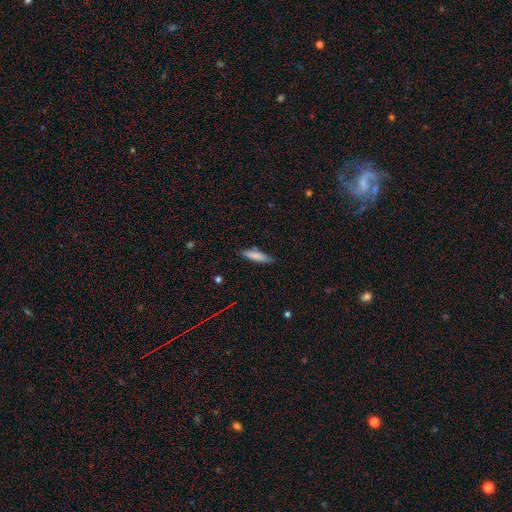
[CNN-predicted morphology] Smooth or featured? smooth (80%)
How rounded? cigar-shaped (75%)
Merging? none (84%)